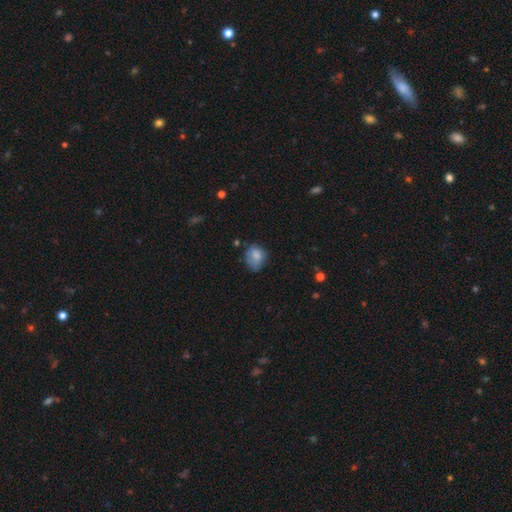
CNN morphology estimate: Smooth or featured? smooth (75%)
How rounded? round (52%)
Merging? none (50%)